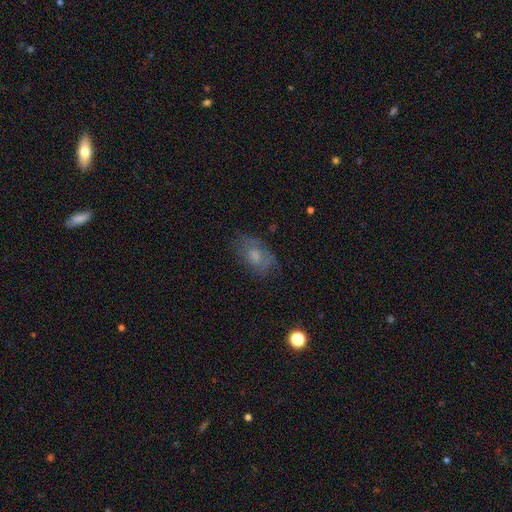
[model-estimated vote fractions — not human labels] Smooth or featured: smooth — 53% (featured or disk — 36%)
How rounded: in between — 87% (round — 10%)
Merging: none — 61% (minor disturbance — 24%)